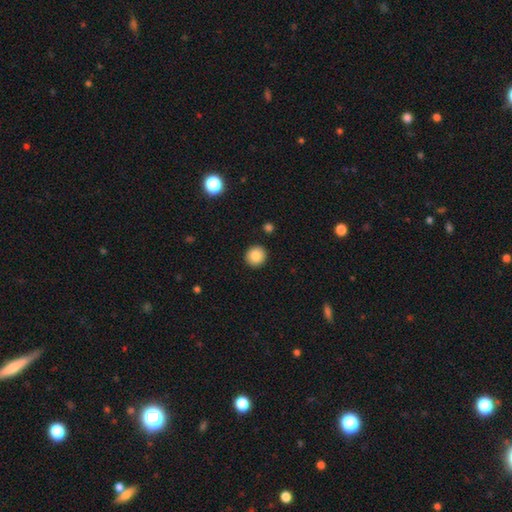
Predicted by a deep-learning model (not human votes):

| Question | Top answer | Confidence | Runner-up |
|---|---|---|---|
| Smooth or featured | smooth | 87% | star or artifact (9%) |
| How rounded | round | 92% | in between (7%) |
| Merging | none | 92% | minor disturbance (5%) |